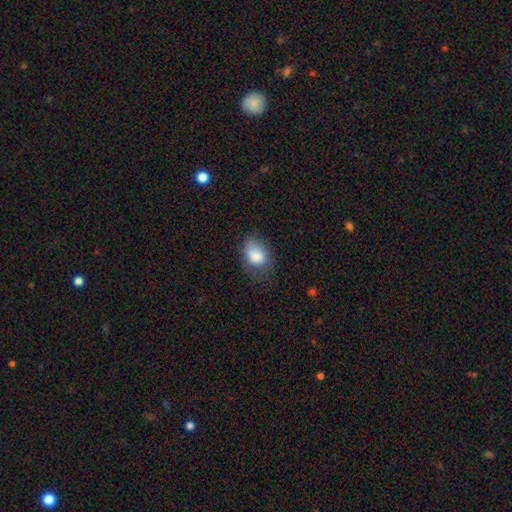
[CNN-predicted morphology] smooth-or-featured: smooth: 83% | featured or disk: 9% | star or artifact: 8%
  how-rounded: in between: 79% | round: 20% | cigar-shaped: 1%
  merging: none: 50% | minor disturbance: 32% | major disturbance: 17% | merger: 2%